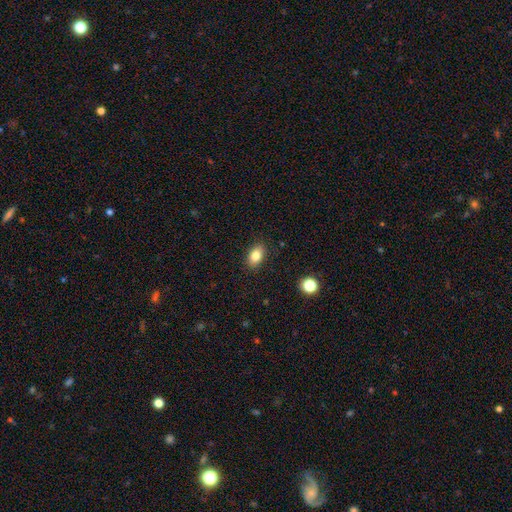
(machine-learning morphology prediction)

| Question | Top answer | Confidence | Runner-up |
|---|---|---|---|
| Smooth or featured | smooth | 82% | star or artifact (9%) |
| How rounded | in between | 86% | round (12%) |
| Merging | none | 88% | minor disturbance (9%) |